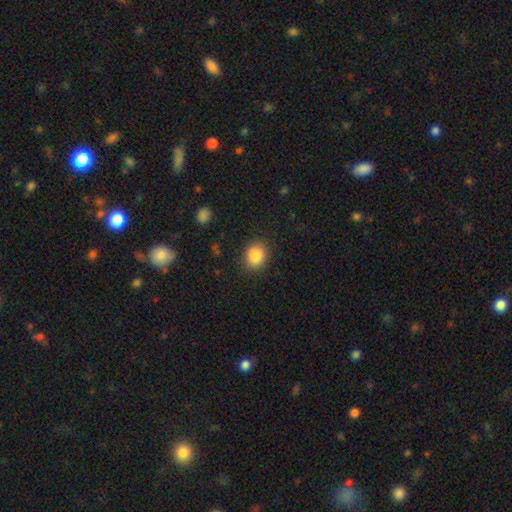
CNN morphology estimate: type=smooth (86%); roundness=round (61%); merging=none (87%).